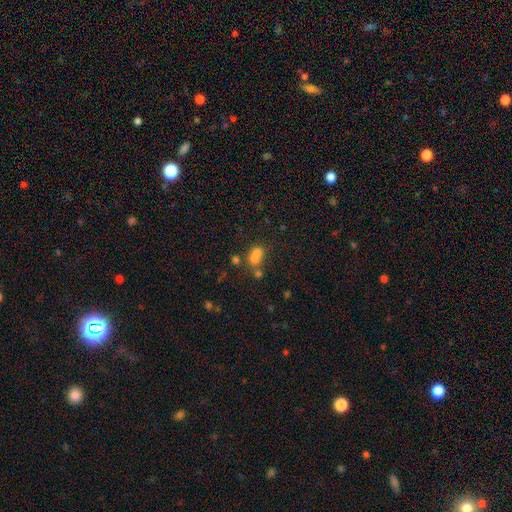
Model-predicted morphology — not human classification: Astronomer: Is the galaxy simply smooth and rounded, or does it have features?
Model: smooth — 65%.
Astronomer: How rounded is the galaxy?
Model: round — 55% (runner-up: in between, 43%).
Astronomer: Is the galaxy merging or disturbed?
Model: merger — 58%.